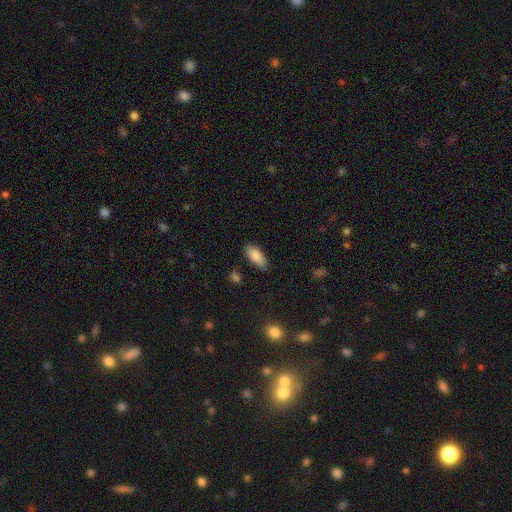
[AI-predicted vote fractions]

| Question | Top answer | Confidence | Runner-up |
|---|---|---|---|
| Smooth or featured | smooth | 87% | star or artifact (7%) |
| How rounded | in between | 86% | cigar-shaped (12%) |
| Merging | none | 78% | minor disturbance (17%) |